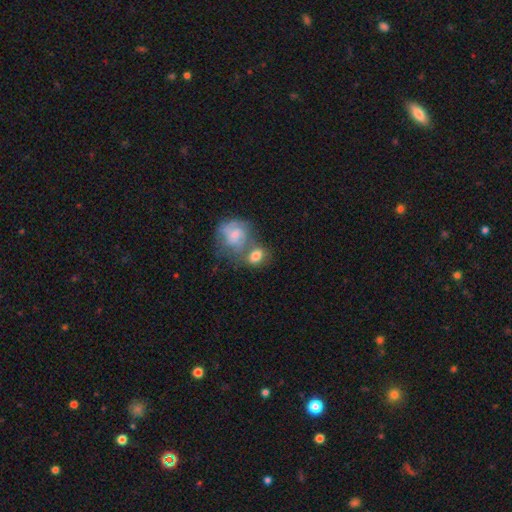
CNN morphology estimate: Smooth or featured? Predicted: smooth (p=0.65). How rounded? Predicted: in between (p=0.62). Merging? Predicted: merger (p=0.44).